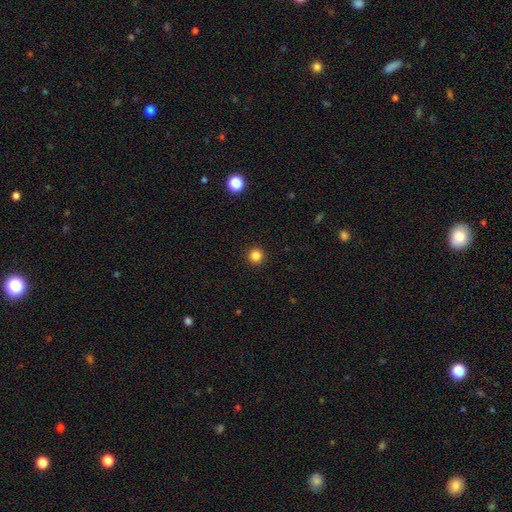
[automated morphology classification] This appears to be a smooth galaxy with no disk features (84%) that is round (96%). Merging: none (93%).